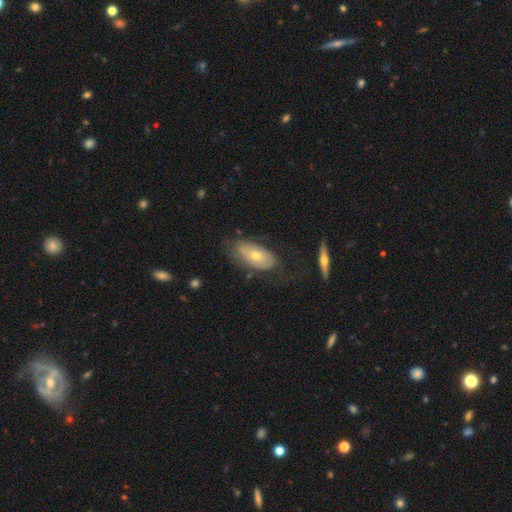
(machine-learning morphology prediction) Q: Smooth or featured?
A: featured or disk (51%); runner-up: smooth (41%)
Q: Edge-on disk?
A: no (80%); runner-up: yes (20%)
Q: Merging?
A: none (60%); runner-up: minor disturbance (26%)